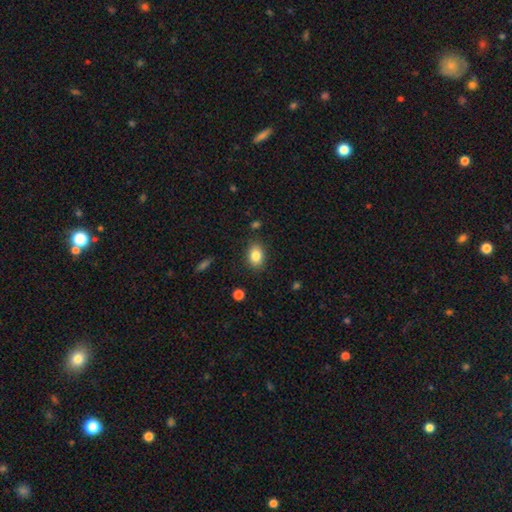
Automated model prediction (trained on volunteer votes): Q: Smooth or featured?
A: smooth (84%); runner-up: star or artifact (9%)
Q: How rounded?
A: in between (76%); runner-up: round (22%)
Q: Merging?
A: none (84%); runner-up: minor disturbance (11%)